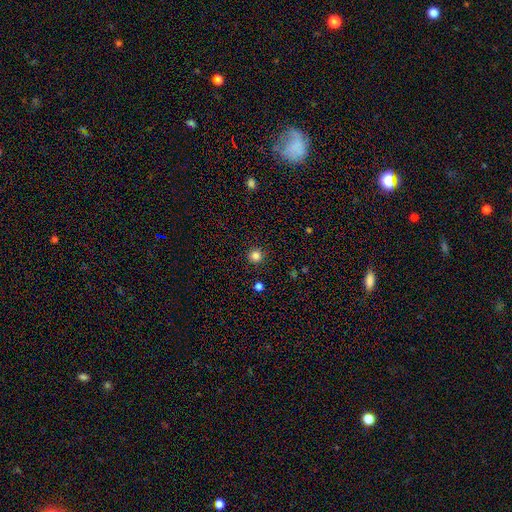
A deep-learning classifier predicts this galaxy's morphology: smooth 84%, star or artifact 13%, featured or disk 3%. Down the decision tree: how rounded — round (96%); merging — none (92%).